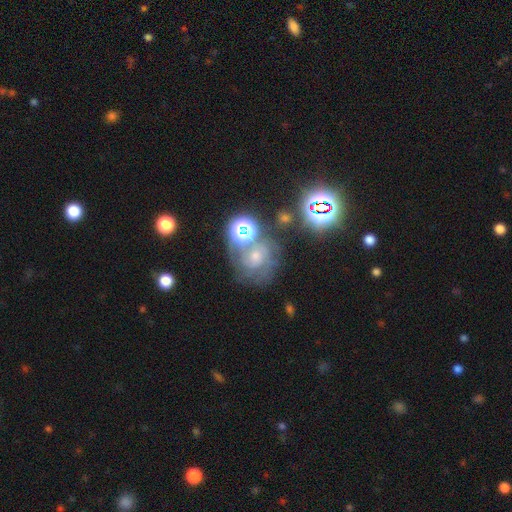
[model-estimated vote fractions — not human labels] smooth_or_featured: featured or disk (p=0.45) [alt: star or artifact p=0.34]
merging: none (p=0.57) [alt: merger p=0.16]